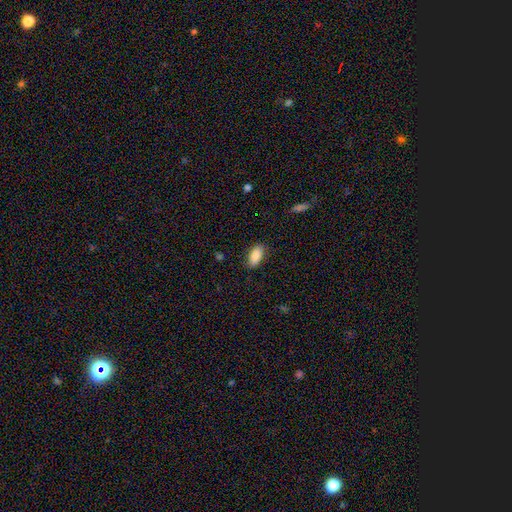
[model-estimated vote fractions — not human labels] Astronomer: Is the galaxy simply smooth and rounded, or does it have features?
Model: smooth — 86%.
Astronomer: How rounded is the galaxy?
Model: in between — 90%.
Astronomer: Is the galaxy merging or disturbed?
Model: none — 82%.